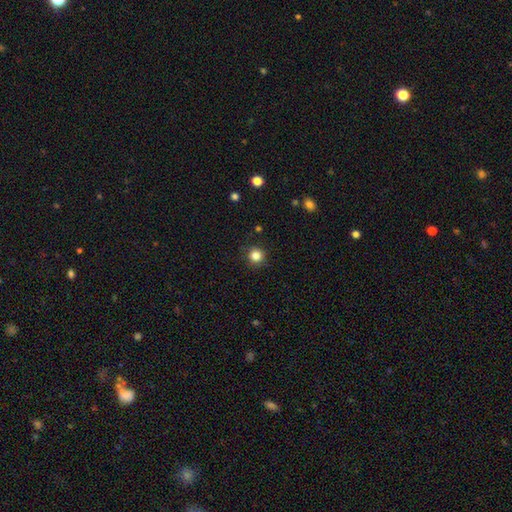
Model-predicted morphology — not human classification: Smooth or featured? smooth (83%)
How rounded? round (93%)
Merging? none (90%)